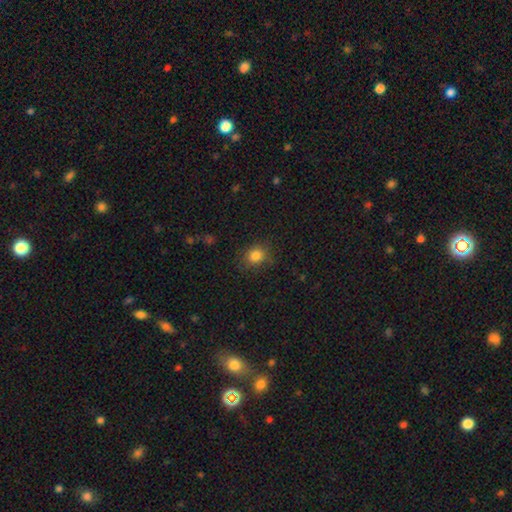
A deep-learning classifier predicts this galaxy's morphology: A smooth galaxy with no disk features (84%) that is round (71%).

Vote fractions:
- Smooth or featured? smooth: 84% / star or artifact: 11% / featured or disk: 5%
- How rounded? round: 71% / in between: 28% / cigar-shaped: 1%
- Merging? none: 82% / minor disturbance: 13% / major disturbance: 4% / merger: 1%